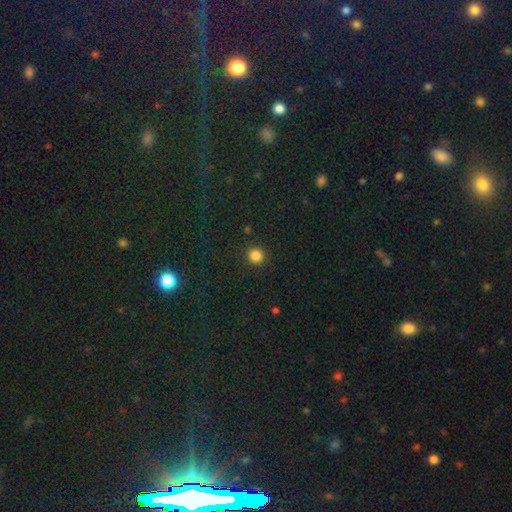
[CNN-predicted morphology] The model was most divided on "smooth or featured": smooth: 85%, star or artifact: 12%, featured or disk: 3%. More confident: merging — none (92%); how rounded — round (92%).